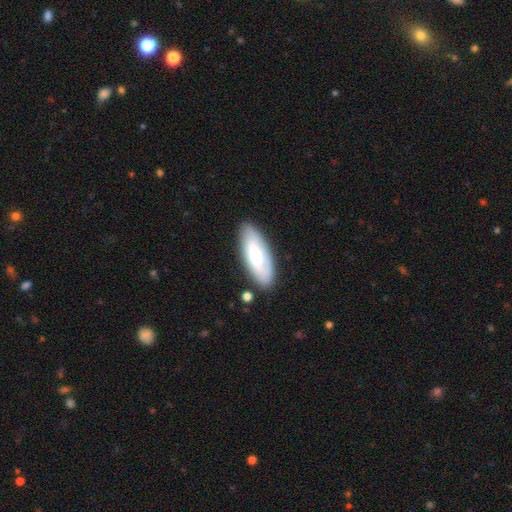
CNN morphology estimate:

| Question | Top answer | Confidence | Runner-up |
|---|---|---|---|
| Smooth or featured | smooth | 64% | featured or disk (30%) |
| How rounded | in between | 77% | cigar-shaped (21%) |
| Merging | none | 81% | minor disturbance (14%) |